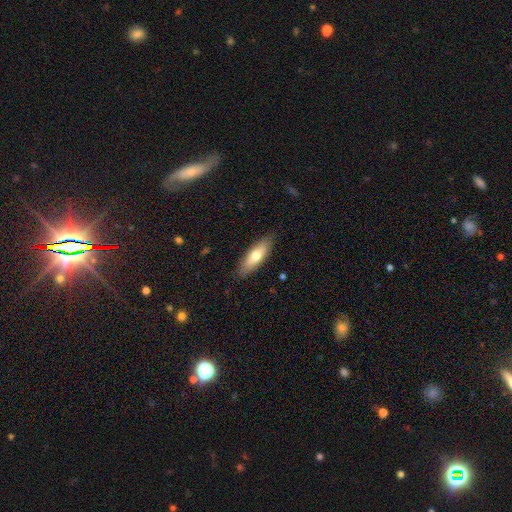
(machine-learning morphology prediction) This appears to be a smooth galaxy with no disk features (65%) that is in between round and cigar-shaped (51%). Merging: none (86%).